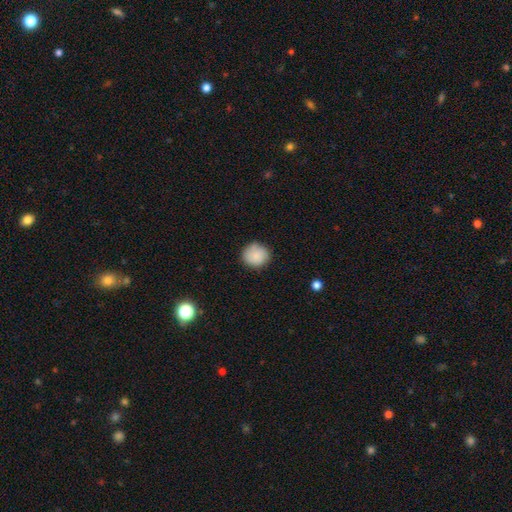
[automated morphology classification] smooth_or_featured: smooth (p=0.85) [alt: star or artifact p=0.08]
how_rounded: round (p=0.86) [alt: in between p=0.13]
merging: none (p=0.81) [alt: minor disturbance p=0.15]